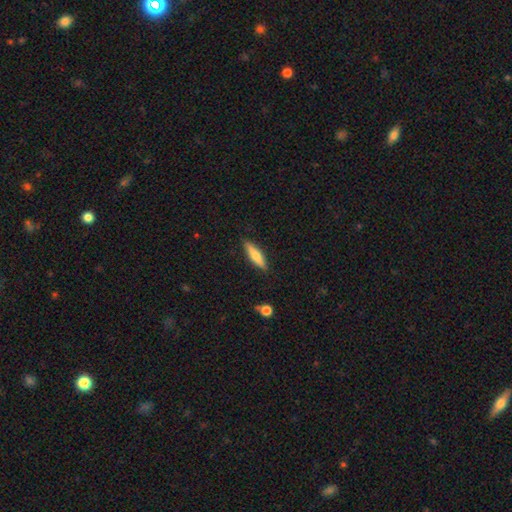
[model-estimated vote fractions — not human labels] Smooth or featured? Predicted: smooth (p=0.62). How rounded? Predicted: cigar-shaped (p=0.76). Merging? Predicted: none (p=0.87).